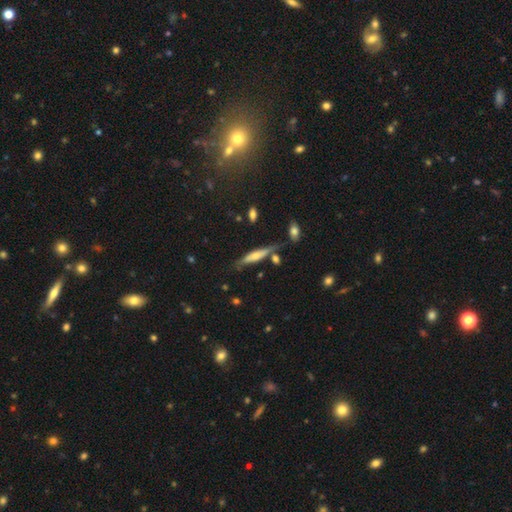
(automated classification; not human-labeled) Smooth or featured?
  - featured or disk: 48% *
  - smooth: 45%
  - star or artifact: 7%
Merging?
  - none: 70% *
  - minor disturbance: 17%
  - merger: 9%
  - major disturbance: 4%